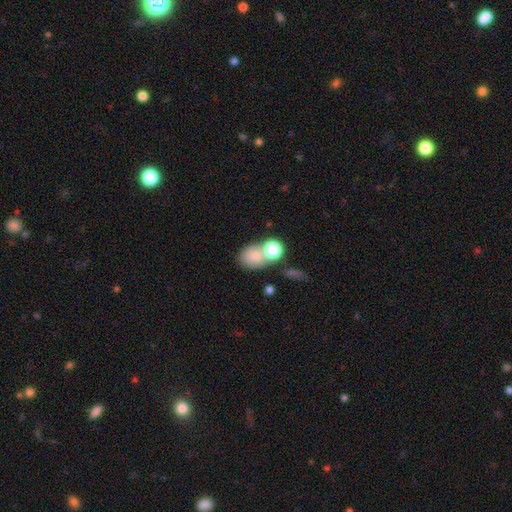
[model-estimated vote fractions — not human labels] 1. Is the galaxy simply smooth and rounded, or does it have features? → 76% smooth, 12% star or artifact, 12% featured or disk.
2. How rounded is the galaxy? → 55% in between, 44% round, 1% cigar-shaped.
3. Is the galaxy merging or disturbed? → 42% none, 40% merger, 12% minor disturbance, 6% major disturbance.